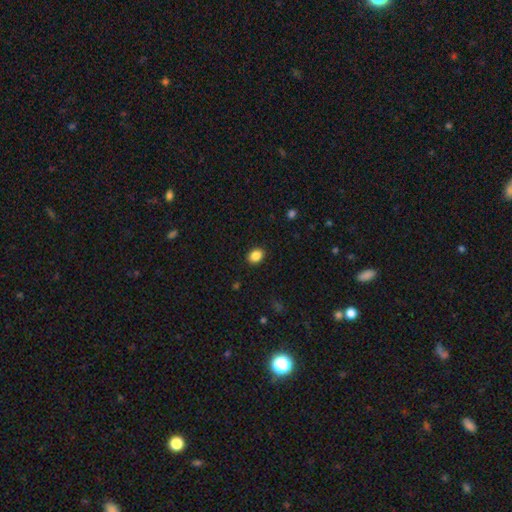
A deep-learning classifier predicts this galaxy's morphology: This is clearly a smooth galaxy (87%). How rounded: likely in between (62%). Merging: clearly none (90%).